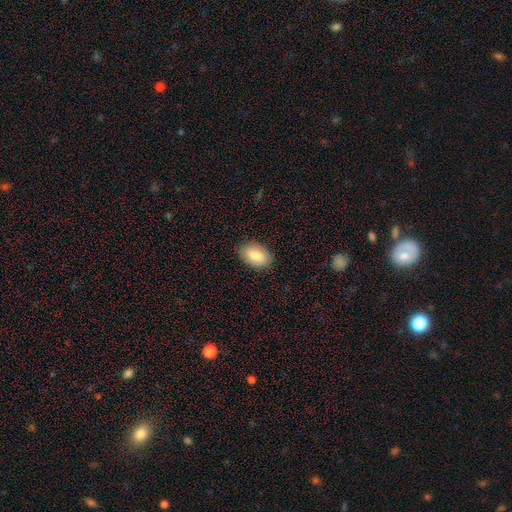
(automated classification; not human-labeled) A smooth galaxy with no disk features (84%) that is in between round and cigar-shaped (93%).

Vote fractions:
- Smooth or featured? smooth: 84% / featured or disk: 9% / star or artifact: 6%
- How rounded? in between: 93% / round: 6% / cigar-shaped: 2%
- Merging? none: 86% / minor disturbance: 11% / major disturbance: 2% / merger: 1%